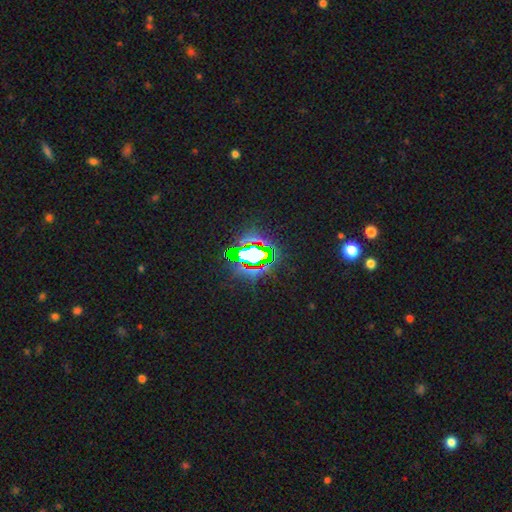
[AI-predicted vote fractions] Smooth or featured? Predicted: star or artifact (p=0.71).